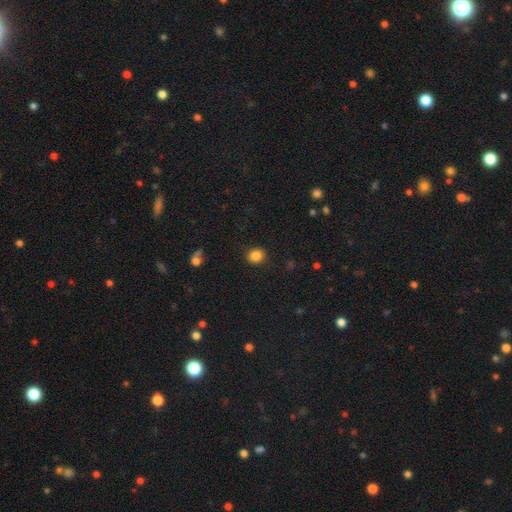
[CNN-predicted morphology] Smooth or featured? smooth (86%)
How rounded? round (76%)
Merging? none (89%)